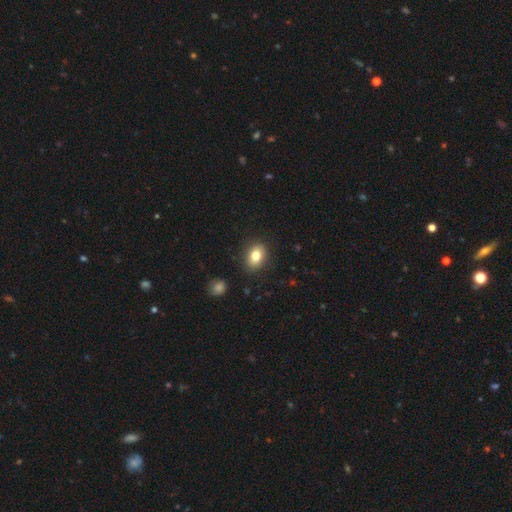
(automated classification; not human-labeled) Overall: smooth (81%). How rounded: in between (75%). Merging: none (86%).